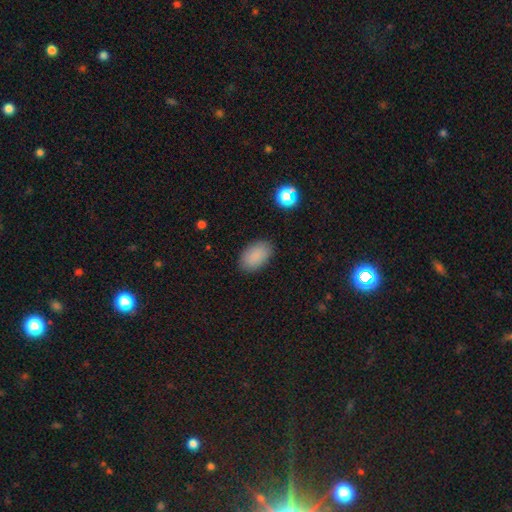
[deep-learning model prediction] Smooth or featured? Predicted: smooth (p=0.87). How rounded? Predicted: in between (p=0.91). Merging? Predicted: none (p=0.87).